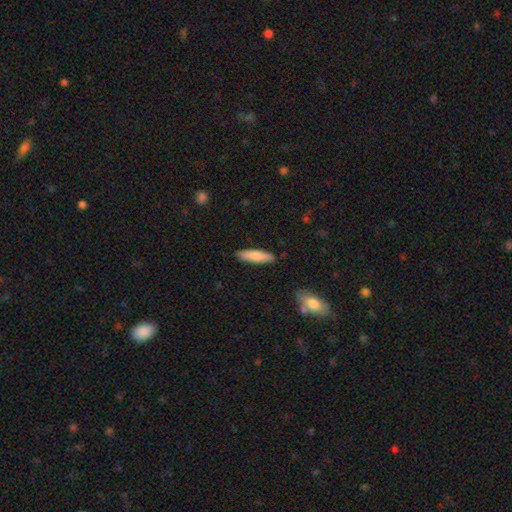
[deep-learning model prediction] A smooth galaxy with no disk features (81%) that is cigar-shaped (70%). Merging: none (89%).